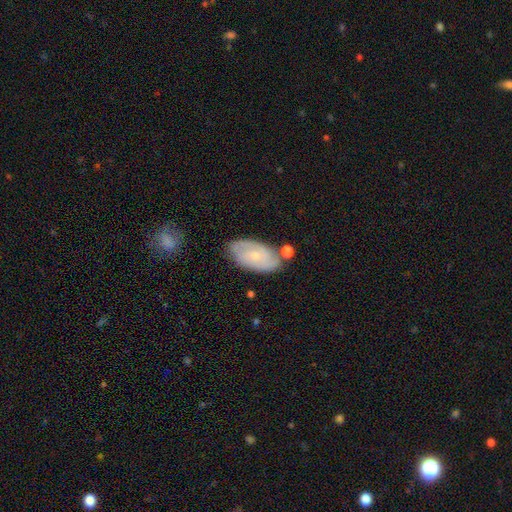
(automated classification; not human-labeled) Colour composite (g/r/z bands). It shows a featured or disk galaxy (58%) with no bar (69%), spiral arms (81%) and a small central bulge (76%). Merging: none (71%).